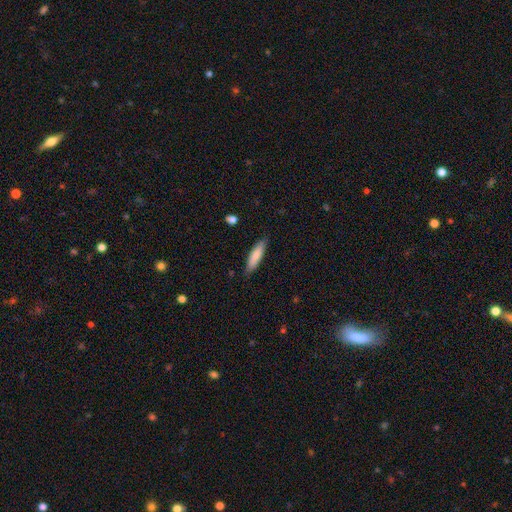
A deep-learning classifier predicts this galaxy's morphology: A smooth galaxy with no disk features (81%) that is cigar-shaped (69%). Merging: none (85%).